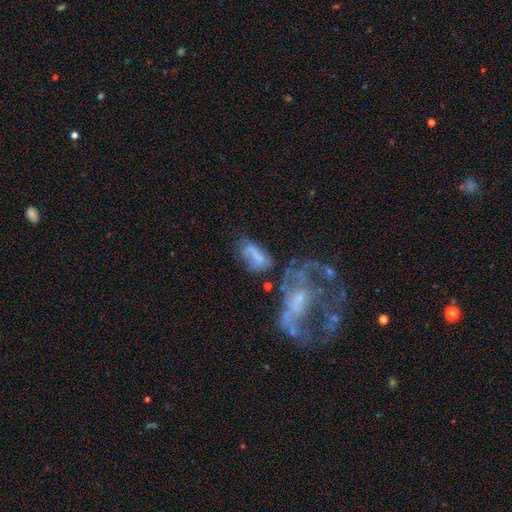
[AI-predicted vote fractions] This is possibly a smooth galaxy (53%). How rounded: clearly in between (85%). Merging: marginally none (34%).